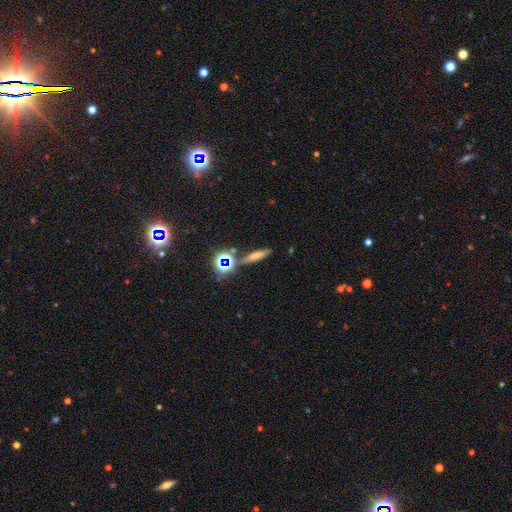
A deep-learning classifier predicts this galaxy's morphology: This is possibly a smooth galaxy (57%). How rounded: likely cigar-shaped (71%). Merging: likely none (75%).